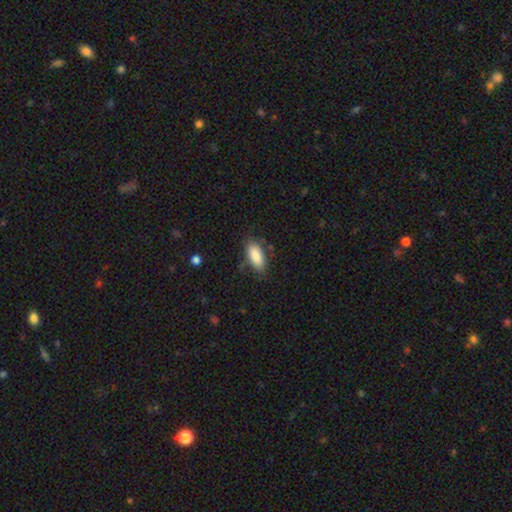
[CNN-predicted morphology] Smooth or featured? Predicted: smooth (p=0.87). How rounded? Predicted: in between (p=0.88). Merging? Predicted: none (p=0.78).